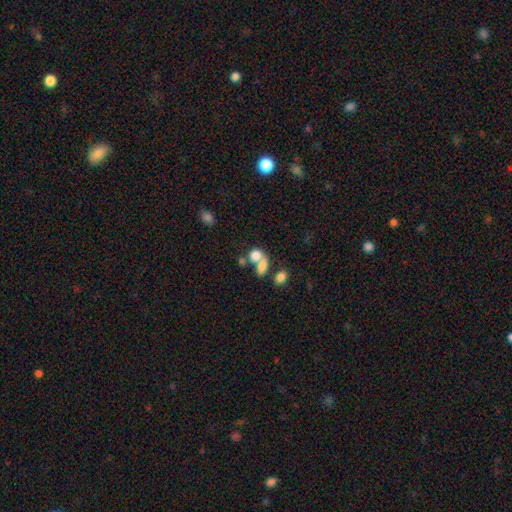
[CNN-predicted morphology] smooth 77%, featured or disk 12%, star or artifact 11%. Down the decision tree: how rounded — in between (59%); merging — merger (56%).